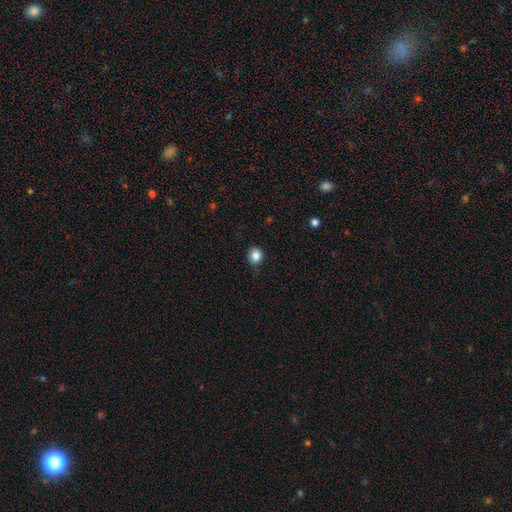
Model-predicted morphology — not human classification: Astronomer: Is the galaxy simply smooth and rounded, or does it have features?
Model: smooth — 85%.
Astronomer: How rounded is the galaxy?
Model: round — 78%.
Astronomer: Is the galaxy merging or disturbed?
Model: none — 82%.